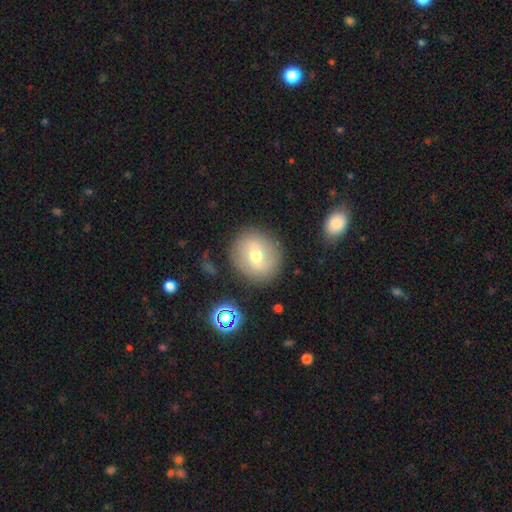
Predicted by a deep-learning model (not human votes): Overall: smooth (55%; featured or disk 34%). How rounded: round (86%). Merging: none (84%).